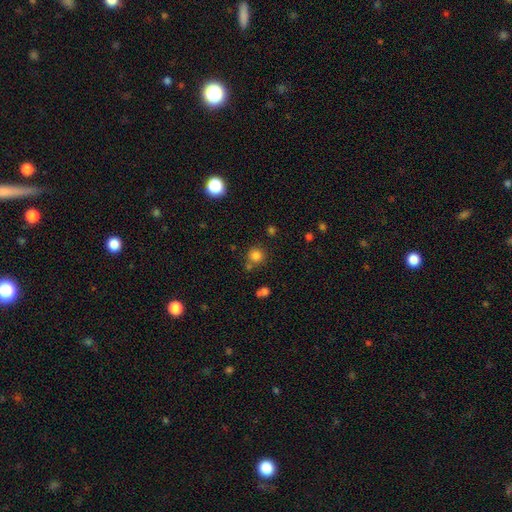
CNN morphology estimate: type=smooth (81%); roundness=round (91%); merging=none (72%).